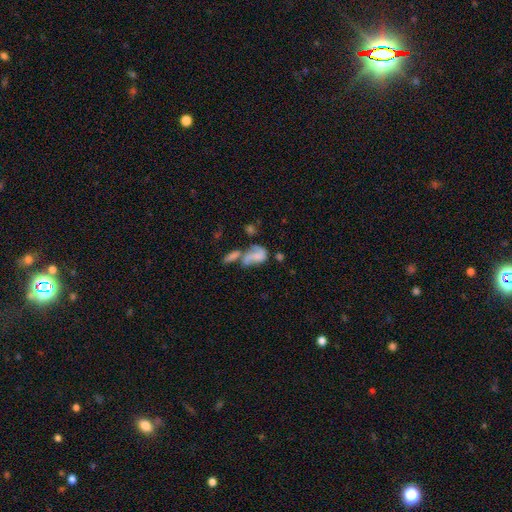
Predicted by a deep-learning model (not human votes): smooth-or-featured: smooth: 50% | featured or disk: 40% | star or artifact: 10%
  how-rounded: in between: 83% | round: 12% | cigar-shaped: 6%
  merging: merger: 51% | major disturbance: 19% | none: 18% | minor disturbance: 12%